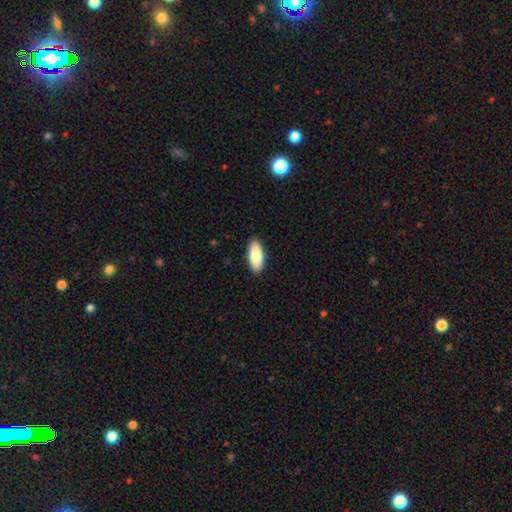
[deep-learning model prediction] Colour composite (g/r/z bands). It shows a smooth galaxy with no disk features (81%) that is in between round and cigar-shaped (81%). Merging: none (90%).